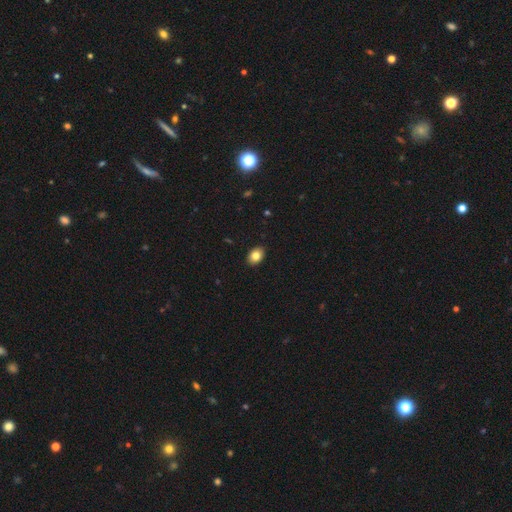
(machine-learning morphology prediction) A smooth galaxy with no disk features (82%) that is in between round and cigar-shaped (77%). Merging: none (90%).